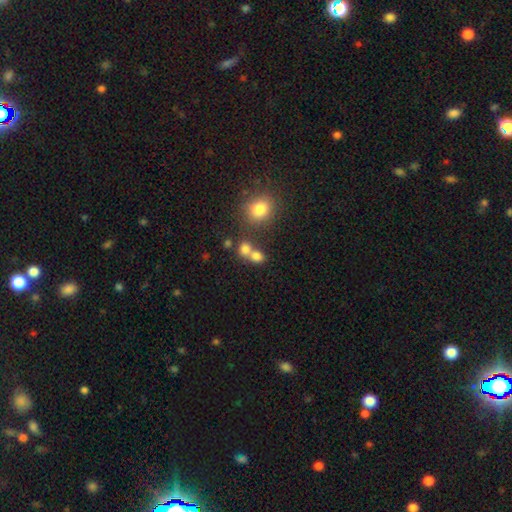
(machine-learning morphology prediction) A smooth galaxy with no disk features (75%) that is round (63%). Merging: merger (50%).